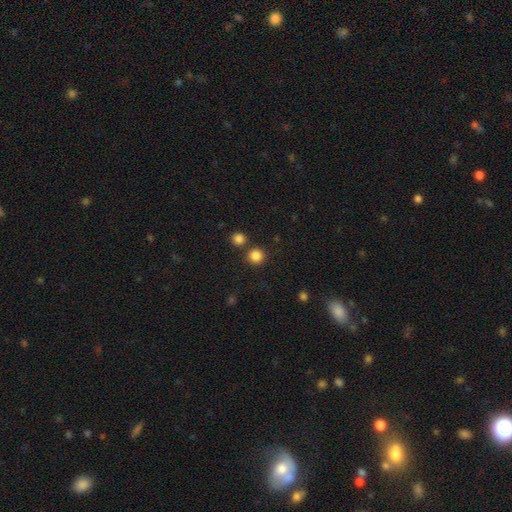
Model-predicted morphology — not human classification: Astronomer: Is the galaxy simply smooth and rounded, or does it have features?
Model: smooth — 84%.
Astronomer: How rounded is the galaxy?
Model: round — 93%.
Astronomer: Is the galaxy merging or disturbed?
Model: none — 81%.